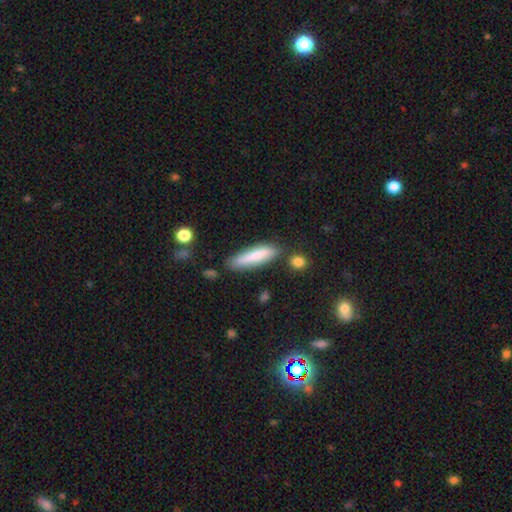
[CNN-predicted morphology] type=smooth (78%); roundness=cigar-shaped (77%); merging=none (76%).